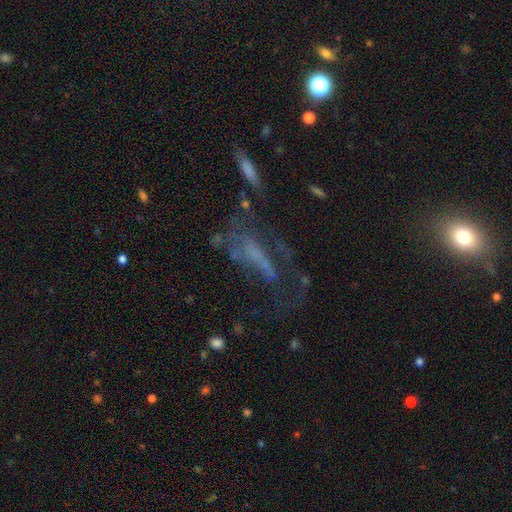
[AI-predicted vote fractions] This appears to be a featured or disk galaxy (53%). Merging: major disturbance (41%).